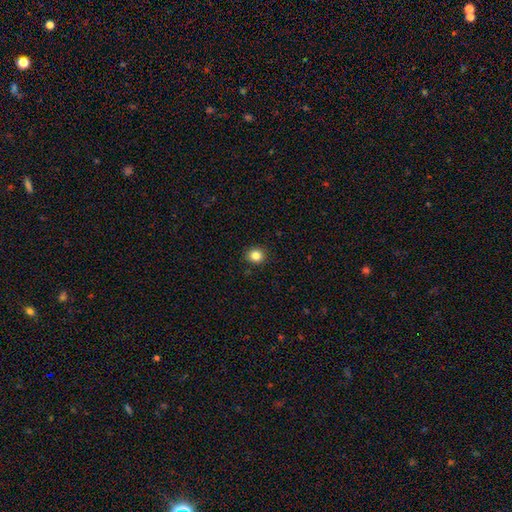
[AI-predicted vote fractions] smooth 84%, star or artifact 11%, featured or disk 5%. Down the decision tree: how rounded — round (83%); merging — none (91%).